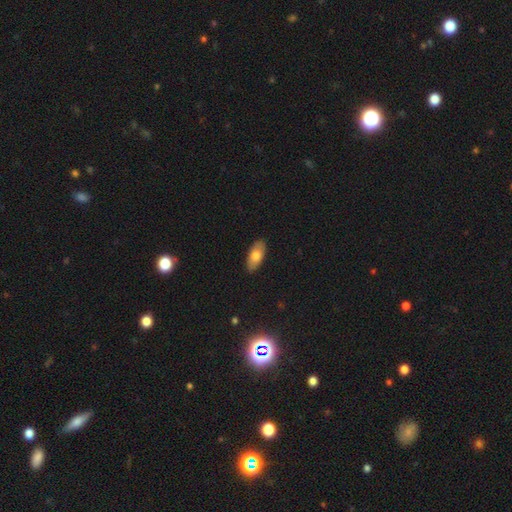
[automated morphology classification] Q: Smooth or featured?
A: smooth (74%); runner-up: featured or disk (20%)
Q: How rounded?
A: in between (88%); runner-up: cigar-shaped (10%)
Q: Merging?
A: none (88%); runner-up: minor disturbance (10%)